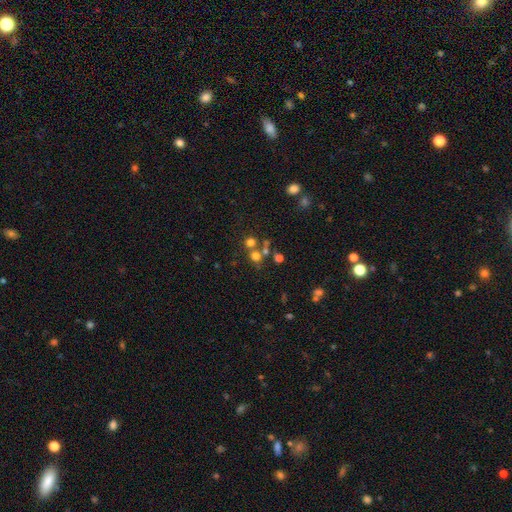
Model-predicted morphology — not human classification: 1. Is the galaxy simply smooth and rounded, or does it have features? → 65% smooth, 23% star or artifact, 12% featured or disk.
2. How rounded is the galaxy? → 85% round, 14% in between, 1% cigar-shaped.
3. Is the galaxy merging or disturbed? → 56% none, 31% merger, 8% minor disturbance, 5% major disturbance.